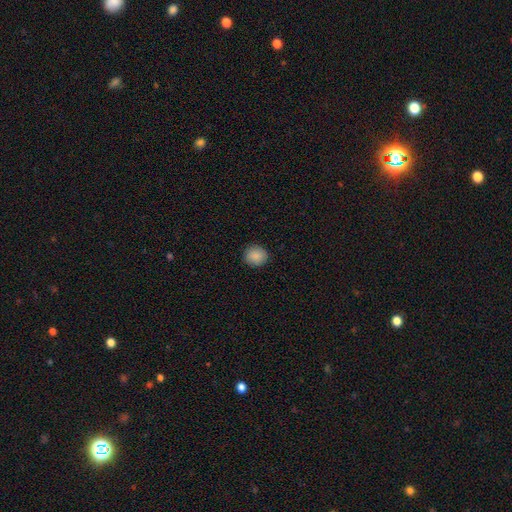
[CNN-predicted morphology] smooth-or-featured: smooth: 89% | star or artifact: 8% | featured or disk: 3%
  how-rounded: round: 87% | in between: 13% | cigar-shaped: 1%
  merging: none: 91% | minor disturbance: 6% | major disturbance: 2% | merger: 1%